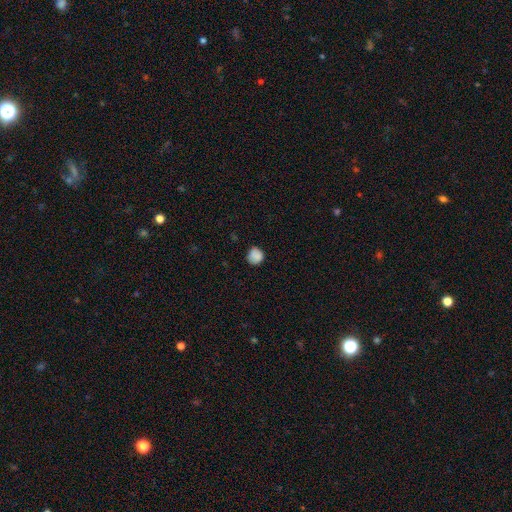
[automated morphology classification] This is clearly a smooth galaxy (86%). How rounded: clearly round (88%). Merging: likely none (80%).